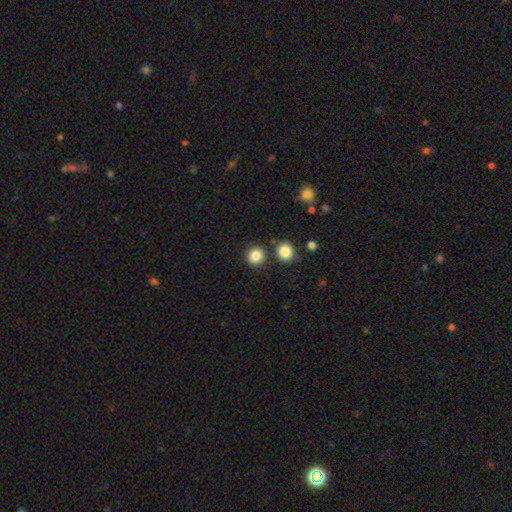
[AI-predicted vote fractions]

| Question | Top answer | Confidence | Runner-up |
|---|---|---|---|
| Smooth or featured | smooth | 86% | star or artifact (10%) |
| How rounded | round | 88% | in between (11%) |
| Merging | none | 83% | minor disturbance (7%) |